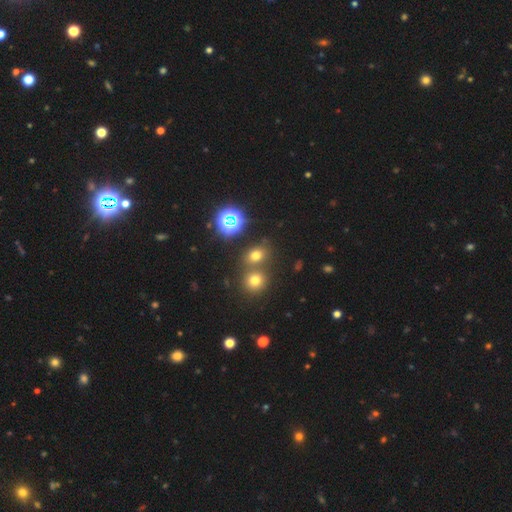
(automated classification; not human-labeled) smooth_or_featured: smooth (p=0.60) [alt: star or artifact p=0.29]
how_rounded: round (p=0.53) [alt: in between p=0.45]
merging: none (p=0.58) [alt: merger p=0.30]